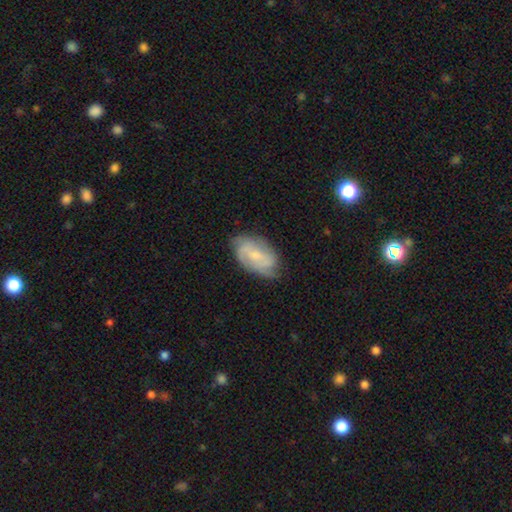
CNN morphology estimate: Smooth or featured: featured or disk — 66% (smooth — 28%)
Edge-on disk: no — 96% (yes — 4%)
Bar: weak — 47% (no — 40%)
Spiral arms: yes — 89% (no — 11%)
Spiral winding: medium — 42% (tight — 38%)
Spiral arm count: 2 — 39% (can't tell — 29%)
Bulge size: small — 61% (moderate — 30%)
Merging: none — 69% (minor disturbance — 24%)